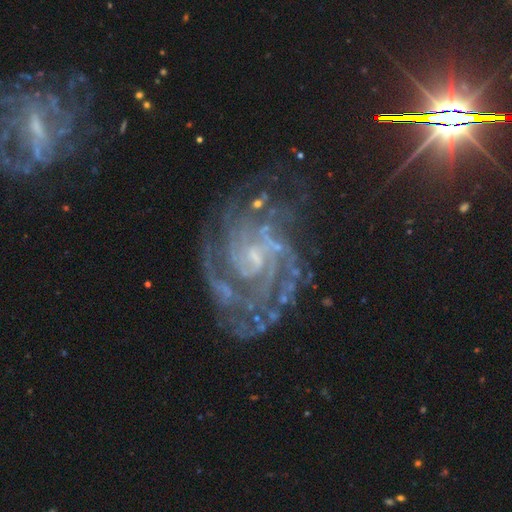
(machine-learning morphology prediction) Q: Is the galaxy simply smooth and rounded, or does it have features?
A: featured or disk — 87%.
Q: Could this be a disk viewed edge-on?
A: no — 98%.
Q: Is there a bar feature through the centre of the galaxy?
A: no — 51%.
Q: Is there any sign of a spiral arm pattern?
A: yes — 97%.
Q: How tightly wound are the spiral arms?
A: tight — 59%.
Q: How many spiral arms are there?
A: can't tell — 27%.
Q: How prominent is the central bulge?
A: small — 66%.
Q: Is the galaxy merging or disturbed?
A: none — 65%.